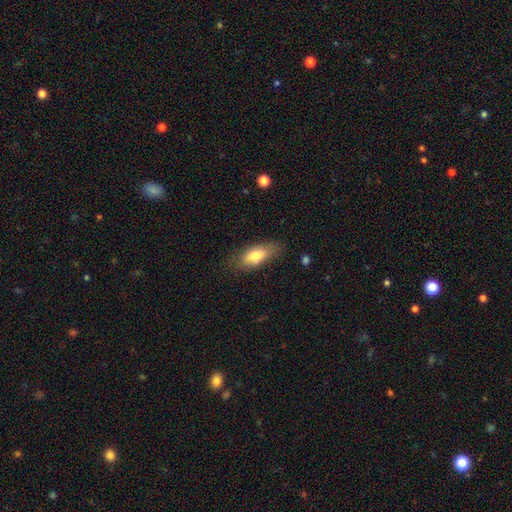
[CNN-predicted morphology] A smooth galaxy with no disk features (76%) that is in between round and cigar-shaped (77%).

Vote fractions:
- Smooth or featured? smooth: 76% / featured or disk: 17% / star or artifact: 7%
- How rounded? in between: 77% / cigar-shaped: 20% / round: 3%
- Merging? none: 73% / minor disturbance: 19% / major disturbance: 5% / merger: 2%